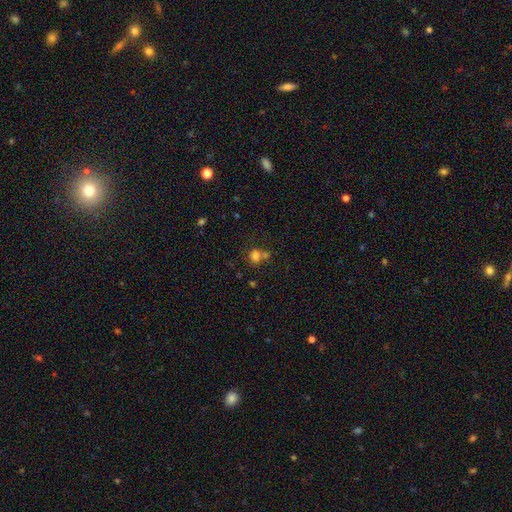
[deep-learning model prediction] Smooth or featured: smooth — 77% (star or artifact — 14%)
How rounded: round — 64% (in between — 35%)
Merging: none — 48% (merger — 35%)